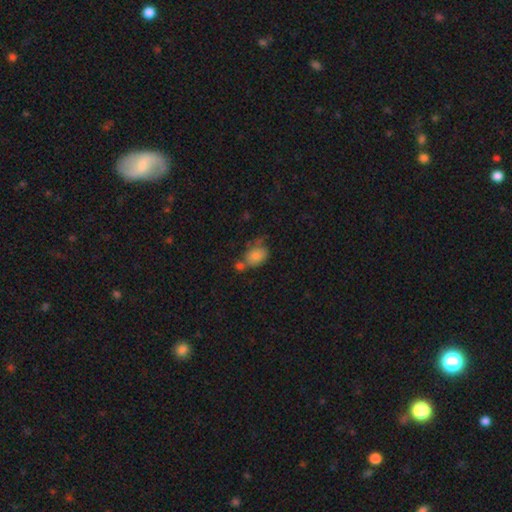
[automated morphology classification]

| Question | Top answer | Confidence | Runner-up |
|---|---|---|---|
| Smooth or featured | smooth | 79% | featured or disk (11%) |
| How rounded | in between | 71% | round (28%) |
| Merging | none | 36% | merger (29%) |